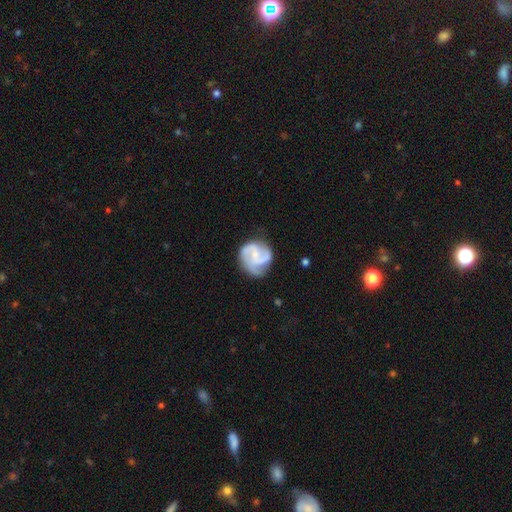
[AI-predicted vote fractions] Smooth or featured? Predicted: featured or disk (p=0.82). Edge-on disk? Predicted: no (p=0.98). Bar? Predicted: no (p=0.52). Spiral arms? Predicted: yes (p=0.96). Spiral winding? Predicted: medium (p=0.52). Spiral arm count? Predicted: 2 (p=0.43). Bulge size? Predicted: small (p=0.59). Merging? Predicted: none (p=0.65).